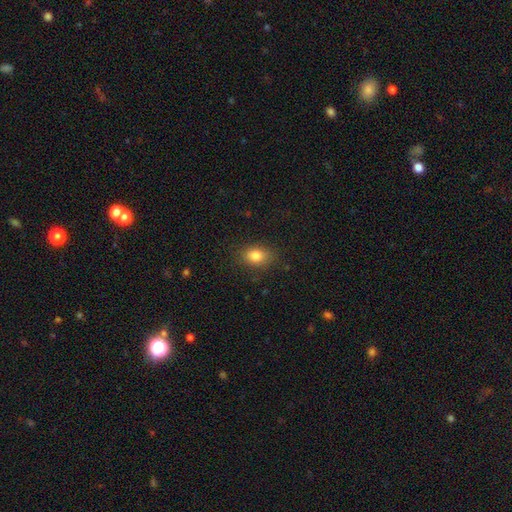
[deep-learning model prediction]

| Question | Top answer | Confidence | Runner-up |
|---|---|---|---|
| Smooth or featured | smooth | 82% | star or artifact (11%) |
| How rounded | in between | 66% | round (33%) |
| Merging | none | 84% | minor disturbance (12%) |